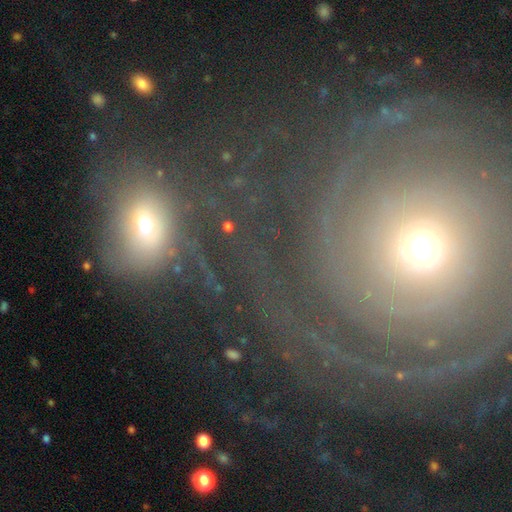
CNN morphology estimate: A featured or disk galaxy (72%) with no bar (78%), 2 (32%) tight (73%) spiral arms (88%) and a small central bulge (47%).

Vote fractions:
- Smooth or featured? featured or disk: 72% / smooth: 17% / star or artifact: 11%
- Edge-on disk? no: 96% / yes: 4%
- Bar? no: 78% / weak: 15% / strong: 7%
- Spiral arms? yes: 88% / no: 12%
- Spiral winding? tight: 73% / medium: 18% / loose: 9%
- Spiral arm count? 2: 32% / can't tell: 29% / 3: 13% / 4: 9% / more than 4: 9% / 1: 8%
- Bulge size? small: 47% / moderate: 44% / large: 6% / dominant: 2% / none: 1%
- Merging? none: 60% / major disturbance: 15% / minor disturbance: 13% / merger: 12%